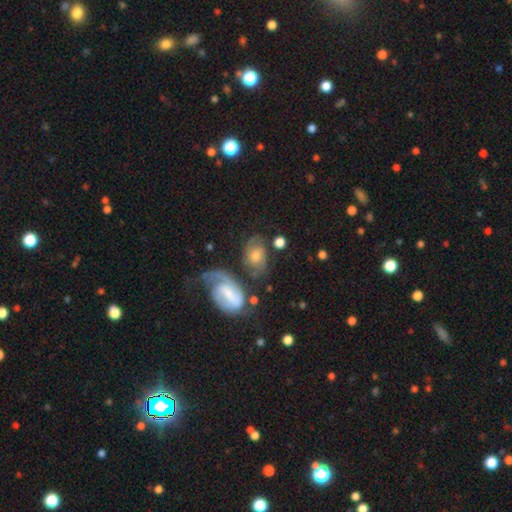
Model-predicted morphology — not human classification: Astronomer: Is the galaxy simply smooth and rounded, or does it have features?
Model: featured or disk — 59%.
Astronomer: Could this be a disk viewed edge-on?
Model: no — 95%.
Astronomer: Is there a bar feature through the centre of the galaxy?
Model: no — 57% (runner-up: weak, 33%).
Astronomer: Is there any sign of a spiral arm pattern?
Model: yes — 86%.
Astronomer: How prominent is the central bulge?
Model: moderate — 52% (runner-up: small, 29%).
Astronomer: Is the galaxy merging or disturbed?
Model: none — 53%.